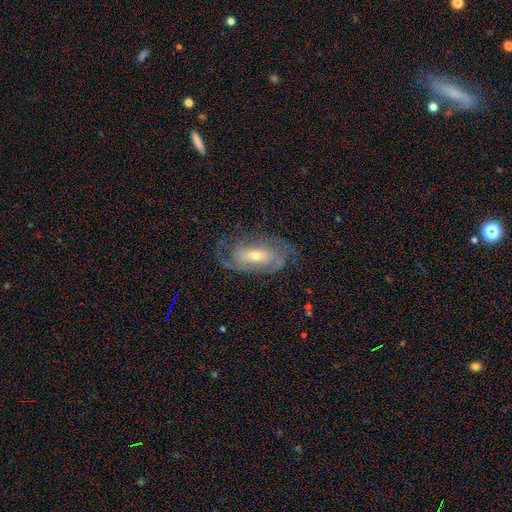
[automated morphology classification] Smooth or featured: featured or disk — 82% (smooth — 11%)
Edge-on disk: no — 93% (yes — 7%)
Bar: weak — 39% (no — 38%)
Spiral arms: yes — 93% (no — 7%)
Spiral winding: tight — 51% (medium — 37%)
Spiral arm count: 2 — 38% (can't tell — 30%)
Bulge size: moderate — 50% (small — 45%)
Merging: none — 71% (minor disturbance — 17%)